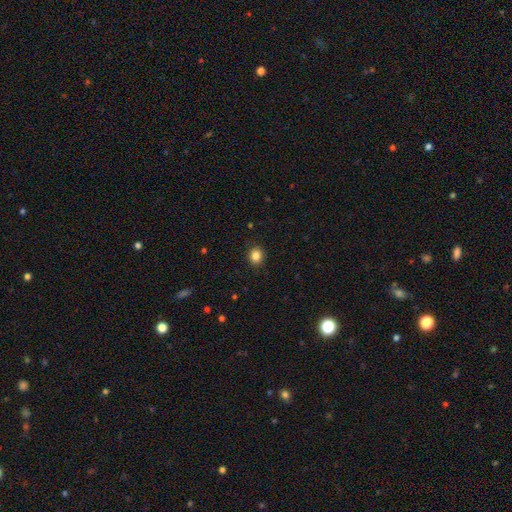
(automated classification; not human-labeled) smooth 85%, star or artifact 10%, featured or disk 5%. Down the decision tree: how rounded — round (65%); merging — none (89%).